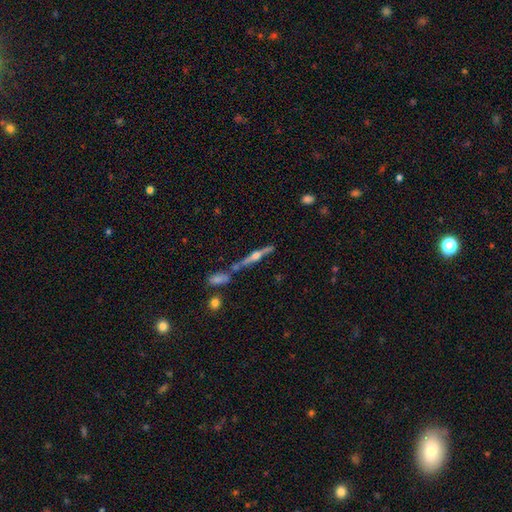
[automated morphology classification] type=featured or disk (78%); edge-on=yes (97%); edge-on bulge=rounded (94%); merging=none (67%).